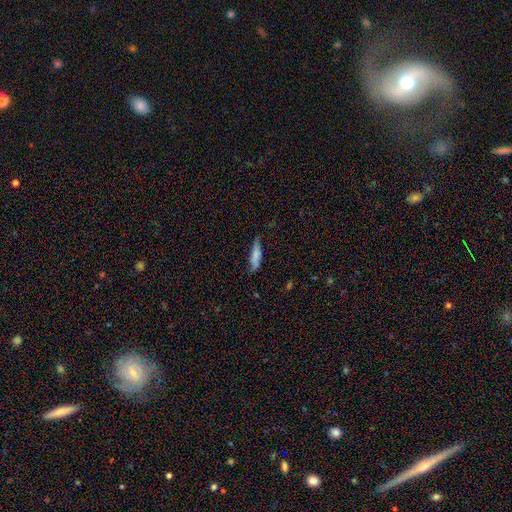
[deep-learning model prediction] Morphology: type=smooth (75%); roundness=cigar-shaped (62%); merging=none (66%).